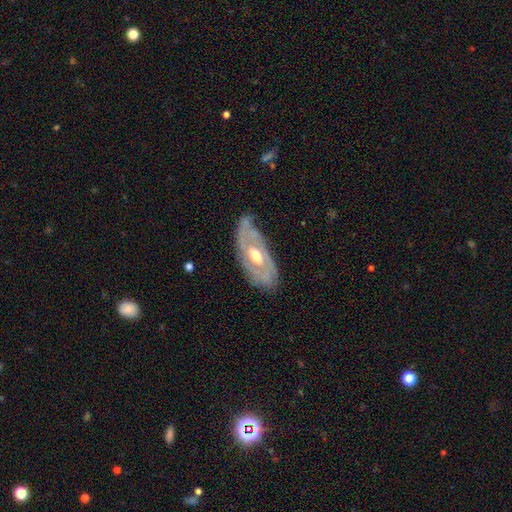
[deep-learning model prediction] A featured or disk galaxy (80%) with no bar (51%), 2 (46%) tight (55%) spiral arms (76%) and a moderate central bulge (75%). Merging: none (64%).